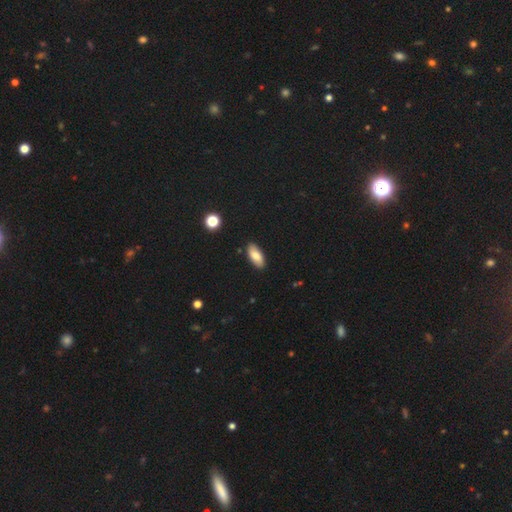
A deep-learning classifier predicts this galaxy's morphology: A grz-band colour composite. It shows a smooth galaxy with no disk features (83%) that is in between round and cigar-shaped (85%). Merging: none (87%).